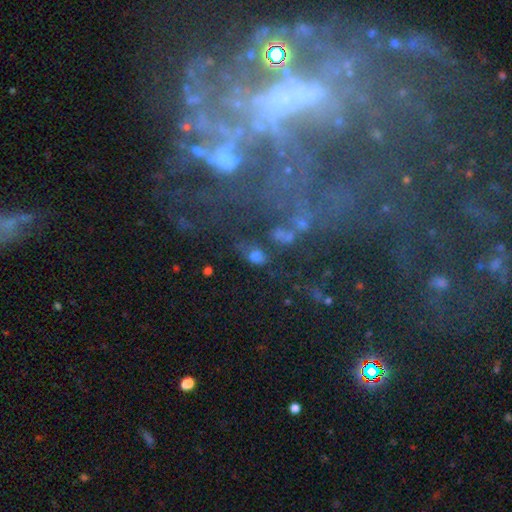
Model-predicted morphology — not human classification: Smooth or featured: smooth — 39% (featured or disk — 33%)
Merging: none — 50% (minor disturbance — 18%)